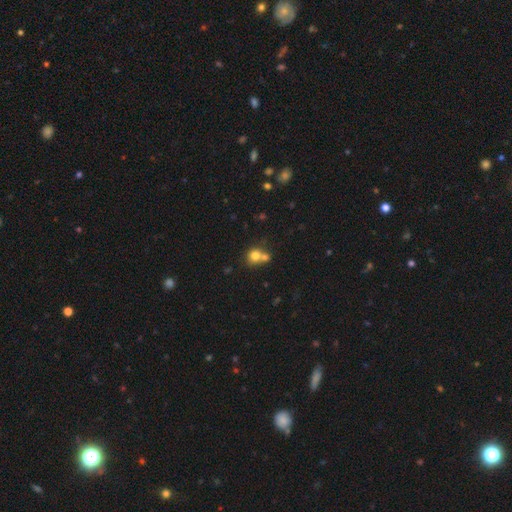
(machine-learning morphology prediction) Smooth or featured? smooth (76%)
How rounded? round (81%)
Merging? merger (48%)